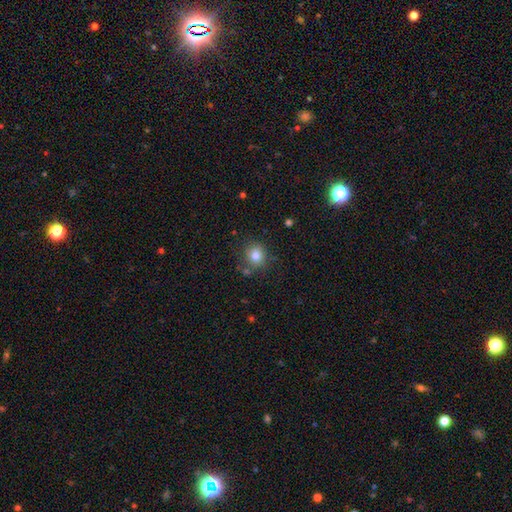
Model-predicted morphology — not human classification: Q: Smooth or featured?
A: smooth (82%); runner-up: star or artifact (11%)
Q: How rounded?
A: round (83%); runner-up: in between (16%)
Q: Merging?
A: none (78%); runner-up: minor disturbance (13%)